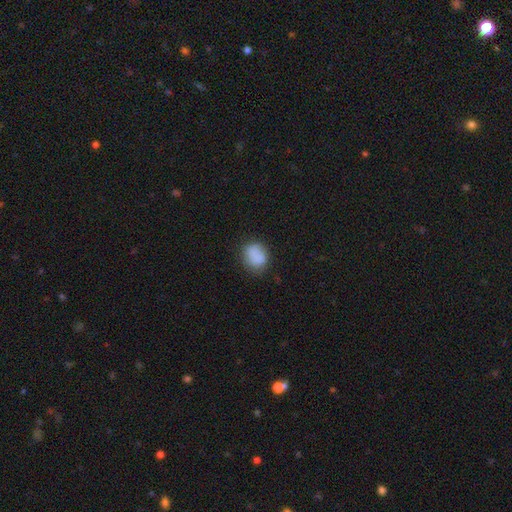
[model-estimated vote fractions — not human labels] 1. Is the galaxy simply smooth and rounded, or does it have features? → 84% smooth, 9% star or artifact, 8% featured or disk.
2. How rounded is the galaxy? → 59% round, 40% in between, 1% cigar-shaped.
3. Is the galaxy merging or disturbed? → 69% none, 21% minor disturbance, 6% major disturbance, 3% merger.